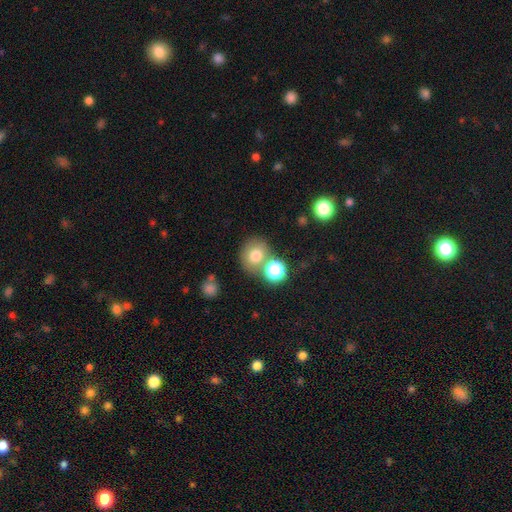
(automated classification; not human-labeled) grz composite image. It shows a smooth galaxy with no disk features (75%) that is round (71%). Merging: none (58%).